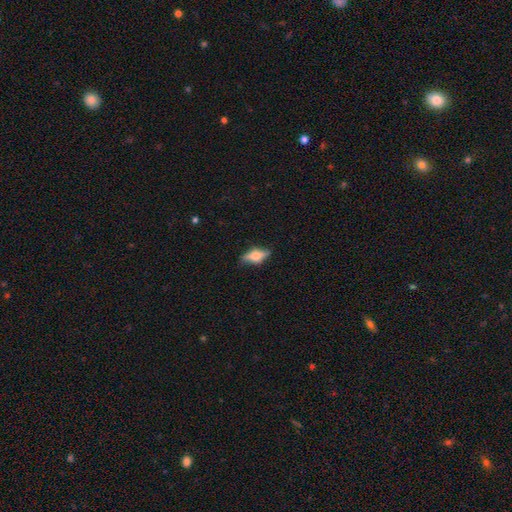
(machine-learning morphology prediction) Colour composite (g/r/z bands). It shows a featured or disk galaxy (53%) viewed edge-on (88%). Merging: none (79%).